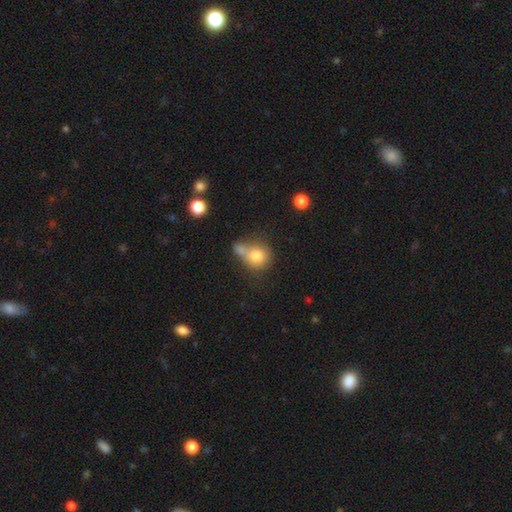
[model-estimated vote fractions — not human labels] The model was most divided on "merging": merger: 46%, none: 33%, minor disturbance: 13%, major disturbance: 7%. More confident: smooth or featured — smooth (79%); how rounded — round (77%).